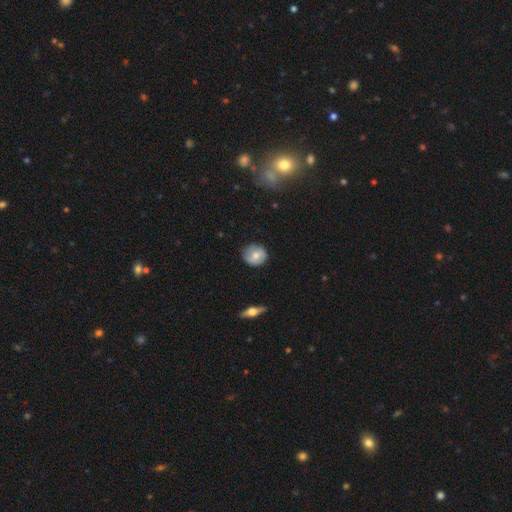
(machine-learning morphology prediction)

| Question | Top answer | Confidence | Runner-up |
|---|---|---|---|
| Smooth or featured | smooth | 65% | featured or disk (28%) |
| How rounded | round | 83% | in between (16%) |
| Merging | none | 79% | minor disturbance (17%) |